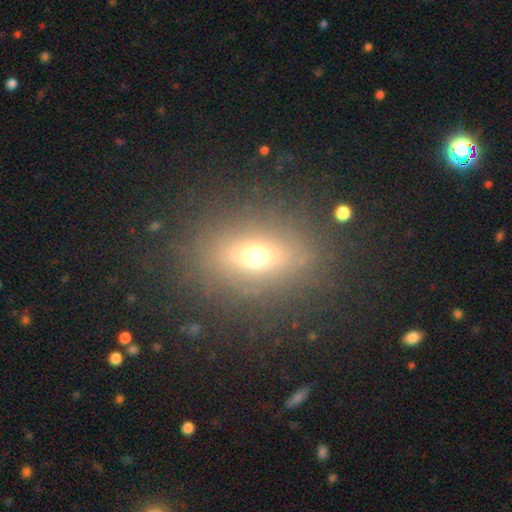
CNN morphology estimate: smooth 57%, featured or disk 25%, star or artifact 19%. Down the decision tree: how rounded — in between (61%); merging — none (82%).